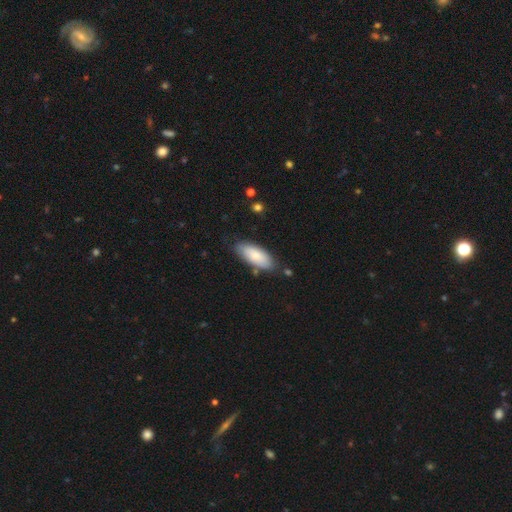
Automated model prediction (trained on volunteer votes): Overall: smooth (79%). How rounded: in between (83%). Merging: none (78%).